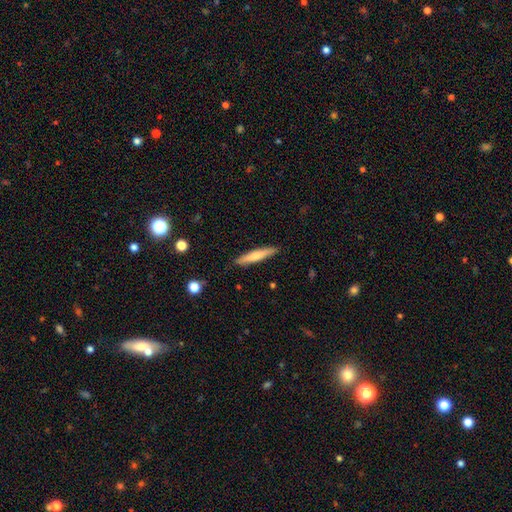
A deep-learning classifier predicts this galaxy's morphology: This appears to be a smooth galaxy with no disk features (64%) that is cigar-shaped (91%). Merging: none (89%).